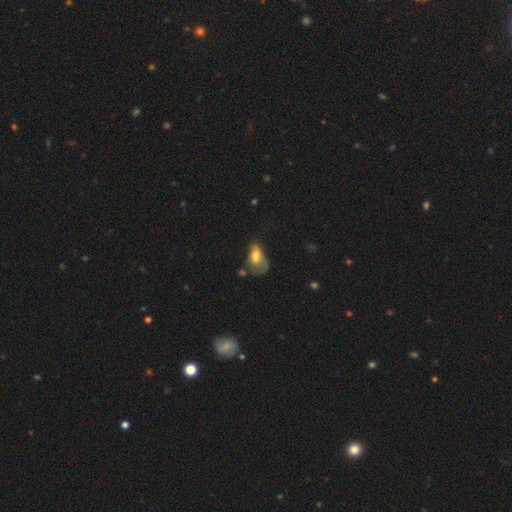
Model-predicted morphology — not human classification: smooth_or_featured: smooth (p=0.61) [alt: featured or disk p=0.29]
how_rounded: in between (p=0.86) [alt: round p=0.10]
merging: major disturbance (p=0.45) [alt: minor disturbance p=0.23]